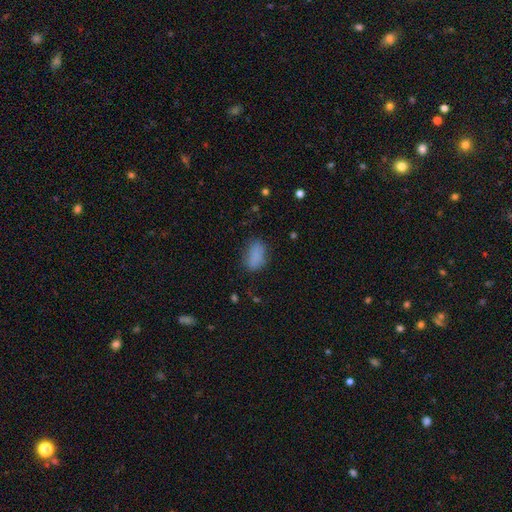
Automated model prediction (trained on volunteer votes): The model was most divided on "merging": none: 70%, minor disturbance: 21%, major disturbance: 7%, merger: 2%. More confident: how rounded — in between (89%); smooth or featured — smooth (82%).